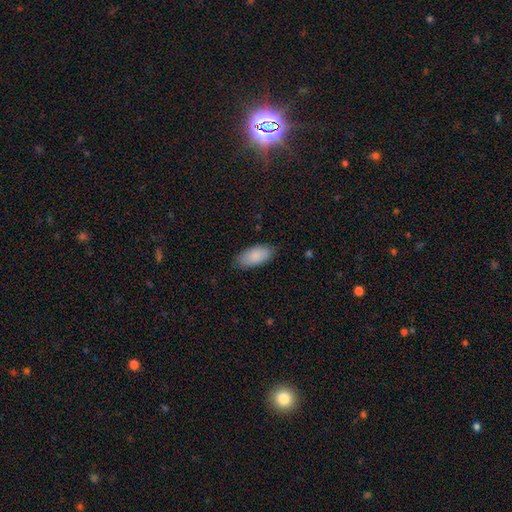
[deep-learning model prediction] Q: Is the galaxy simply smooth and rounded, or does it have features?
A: smooth — 87%.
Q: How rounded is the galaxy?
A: in between — 92%.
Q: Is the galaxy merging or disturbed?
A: none — 83%.